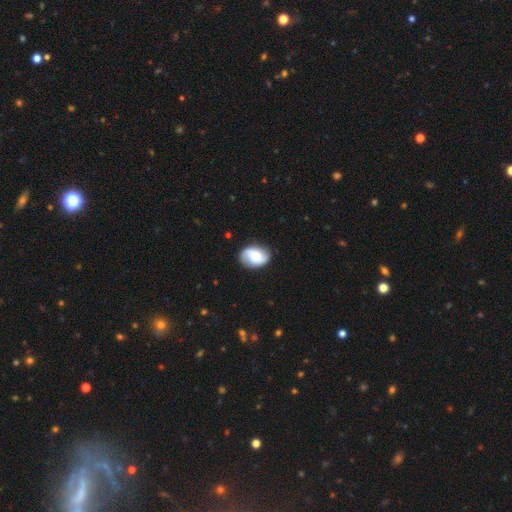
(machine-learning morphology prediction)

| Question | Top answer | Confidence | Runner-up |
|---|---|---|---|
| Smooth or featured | smooth | 55% | featured or disk (38%) |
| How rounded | in between | 77% | round (22%) |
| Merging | none | 80% | minor disturbance (15%) |